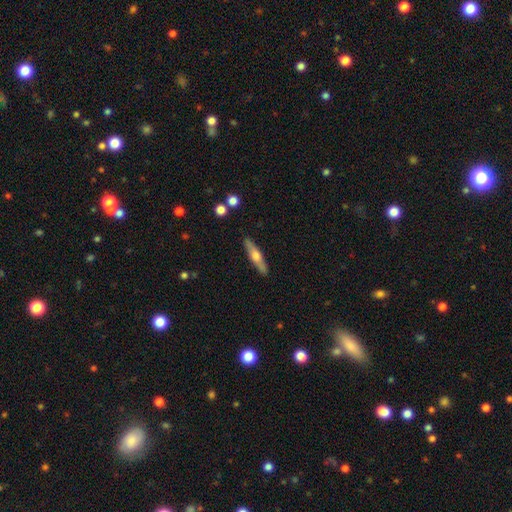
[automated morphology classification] Smooth or featured? Predicted: featured or disk (p=0.51). Edge-on disk? Predicted: yes (p=0.91). Merging? Predicted: none (p=0.89).